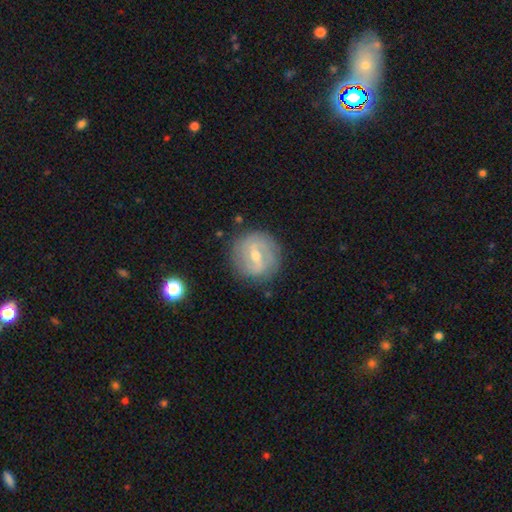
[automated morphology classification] Overall: featured or disk (71%). Edge-on disk: no (96%). Bar: weak (52%; strong 31%). Spiral arms: yes (75%). Spiral arm count: 2 (61%; can't tell 25%). Spiral winding: tight (46%; medium 35%). Bulge size: moderate (53%; small 44%). Merging: none (83%).